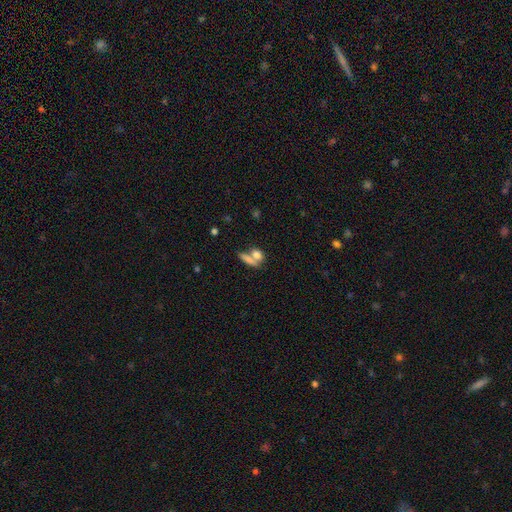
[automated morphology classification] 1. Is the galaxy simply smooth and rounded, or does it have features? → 76% smooth, 14% featured or disk, 9% star or artifact.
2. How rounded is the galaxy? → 54% in between, 27% round, 19% cigar-shaped.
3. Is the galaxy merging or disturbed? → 46% merger, 39% none, 9% minor disturbance, 5% major disturbance.